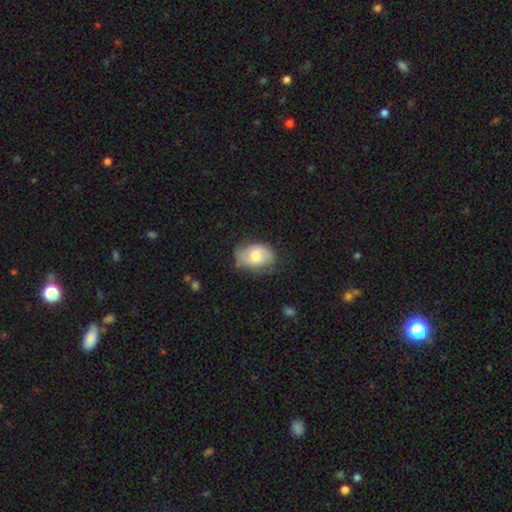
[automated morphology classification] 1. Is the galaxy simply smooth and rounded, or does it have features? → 64% smooth, 29% featured or disk, 7% star or artifact.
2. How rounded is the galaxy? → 79% in between, 20% round, 1% cigar-shaped.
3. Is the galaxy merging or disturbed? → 65% none, 26% minor disturbance, 7% major disturbance, 2% merger.